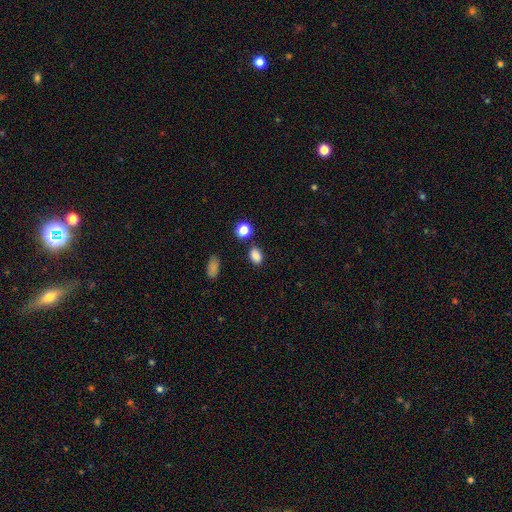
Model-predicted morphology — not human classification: Smooth or featured? Predicted: smooth (p=0.85). How rounded? Predicted: in between (p=0.78). Merging? Predicted: none (p=0.80).